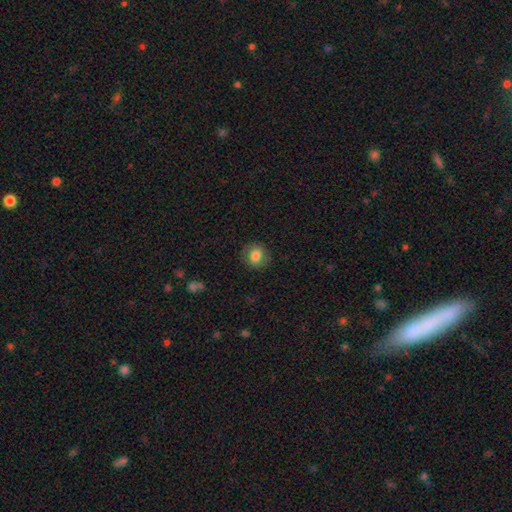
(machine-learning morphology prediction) This appears to be a smooth galaxy with no disk features (79%) that is round (79%). Merging: none (86%).